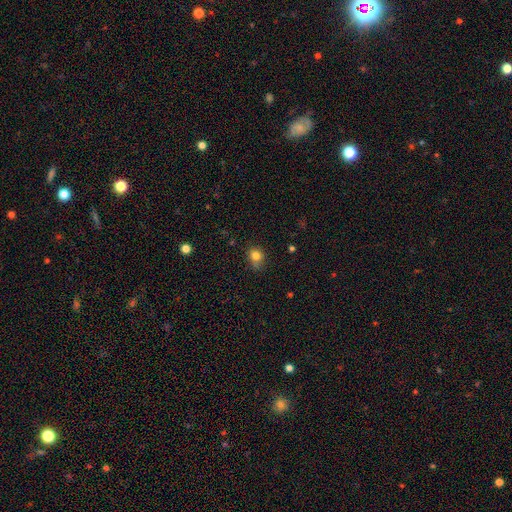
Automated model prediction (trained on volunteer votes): smooth 80%, star or artifact 13%, featured or disk 7%. Down the decision tree: how rounded — round (67%); merging — none (65%).